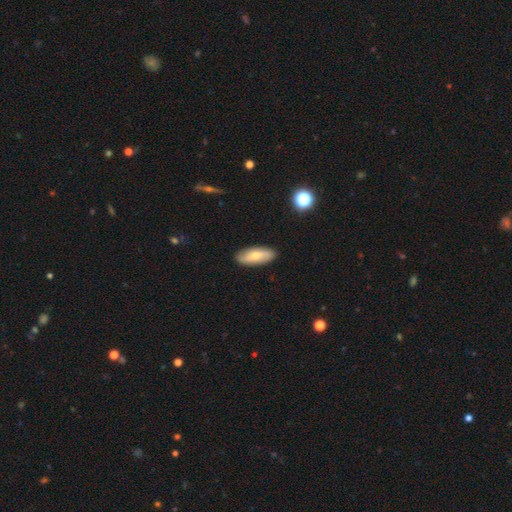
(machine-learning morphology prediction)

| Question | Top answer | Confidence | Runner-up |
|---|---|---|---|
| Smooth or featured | smooth | 61% | featured or disk (32%) |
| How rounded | in between | 79% | cigar-shaped (18%) |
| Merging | none | 87% | minor disturbance (10%) |